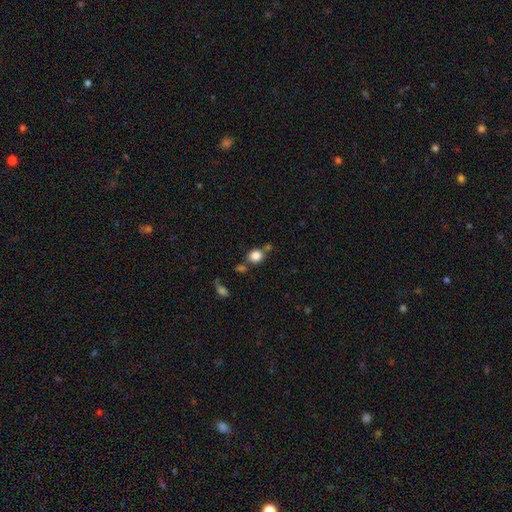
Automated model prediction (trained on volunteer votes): Morphology: type=smooth (83%); roundness=round (75%); merging=none (66%).